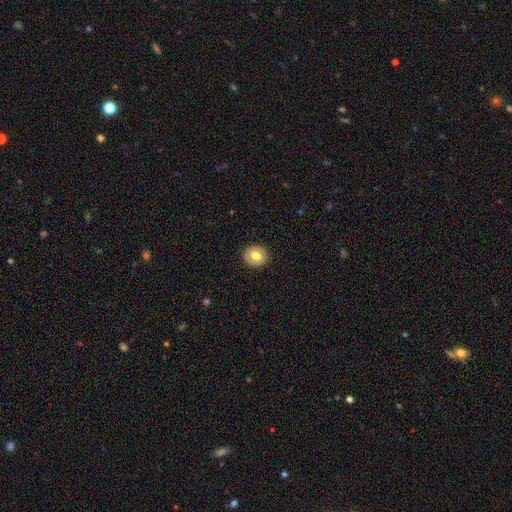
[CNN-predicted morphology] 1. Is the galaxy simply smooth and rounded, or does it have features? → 61% smooth, 31% featured or disk, 7% star or artifact.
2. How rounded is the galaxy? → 75% round, 24% in between, 1% cigar-shaped.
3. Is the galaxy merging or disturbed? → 88% none, 9% minor disturbance, 3% major disturbance, 1% merger.